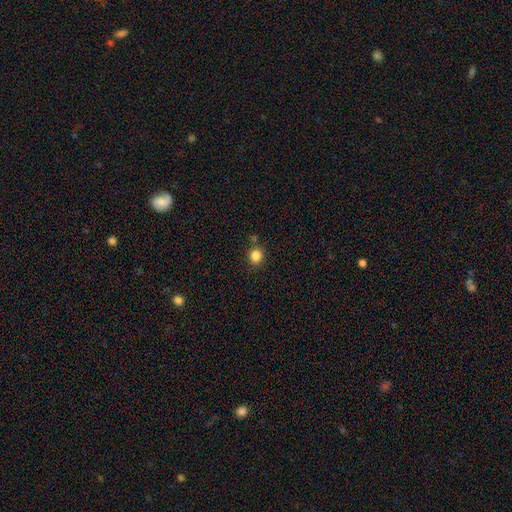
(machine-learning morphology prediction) This is clearly a smooth galaxy (84%). How rounded: clearly round (84%). Merging: clearly none (81%).